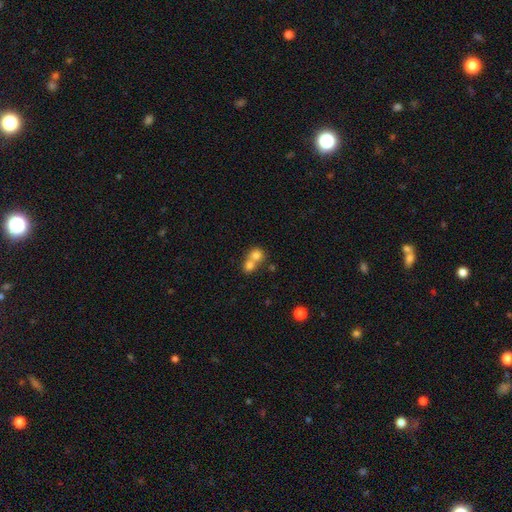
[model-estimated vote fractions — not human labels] A smooth galaxy with no disk features (76%) that is round (79%). Merging: merger (66%).